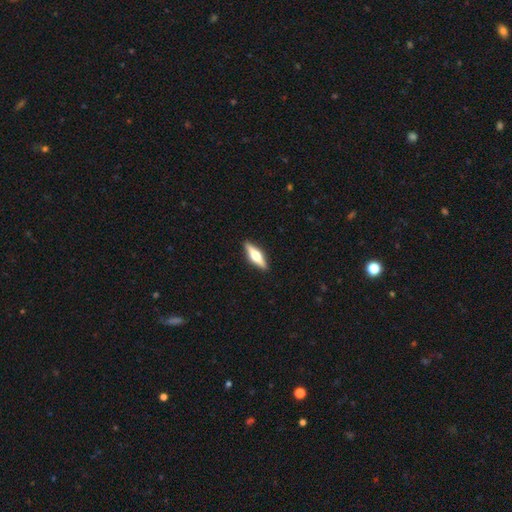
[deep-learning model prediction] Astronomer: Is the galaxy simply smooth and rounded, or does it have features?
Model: featured or disk — 58% (runner-up: smooth, 37%).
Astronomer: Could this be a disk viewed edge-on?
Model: yes — 95%.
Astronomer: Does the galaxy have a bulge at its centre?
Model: rounded — 94%.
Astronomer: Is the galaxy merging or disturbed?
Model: none — 91%.